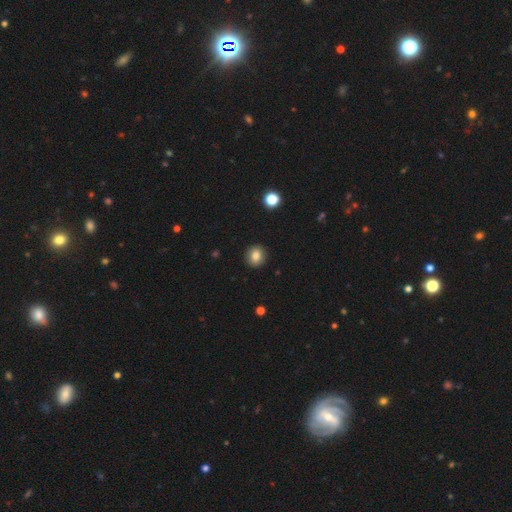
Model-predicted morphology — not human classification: Smooth or featured? smooth (83%)
How rounded? round (85%)
Merging? none (91%)